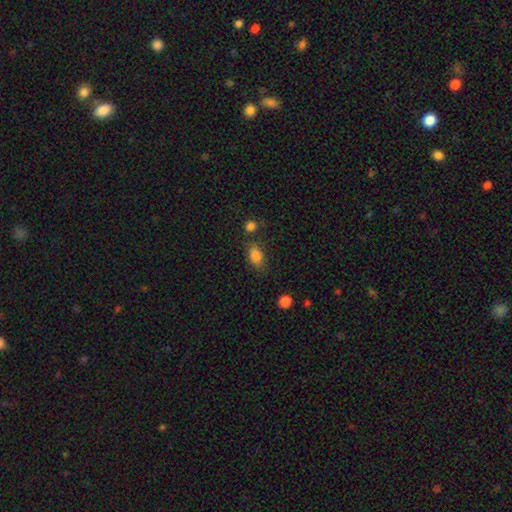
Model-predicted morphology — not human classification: A smooth galaxy with no disk features (83%) that is in between round and cigar-shaped (83%).

Vote fractions:
- Smooth or featured? smooth: 83% / star or artifact: 10% / featured or disk: 7%
- How rounded? in between: 83% / round: 13% / cigar-shaped: 4%
- Merging? none: 69% / minor disturbance: 19% / merger: 6% / major disturbance: 6%